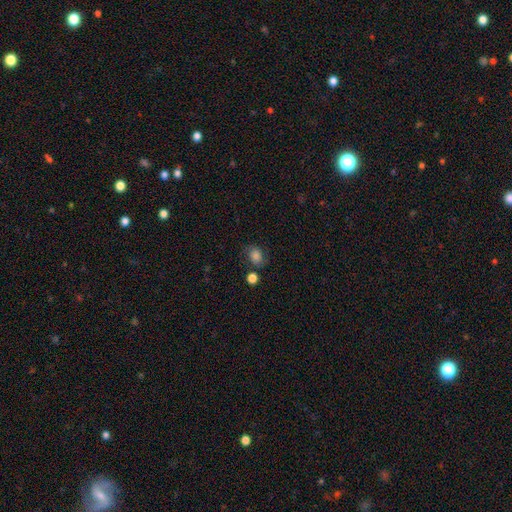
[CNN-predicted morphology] smooth 69%, featured or disk 19%, star or artifact 12%. Down the decision tree: how rounded — round (50%); merging — none (66%).